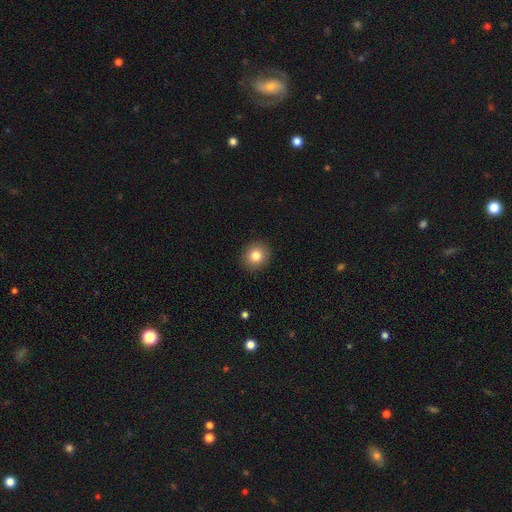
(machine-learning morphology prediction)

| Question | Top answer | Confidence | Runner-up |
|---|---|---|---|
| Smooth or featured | smooth | 83% | star or artifact (10%) |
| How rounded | round | 82% | in between (18%) |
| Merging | none | 92% | minor disturbance (5%) |